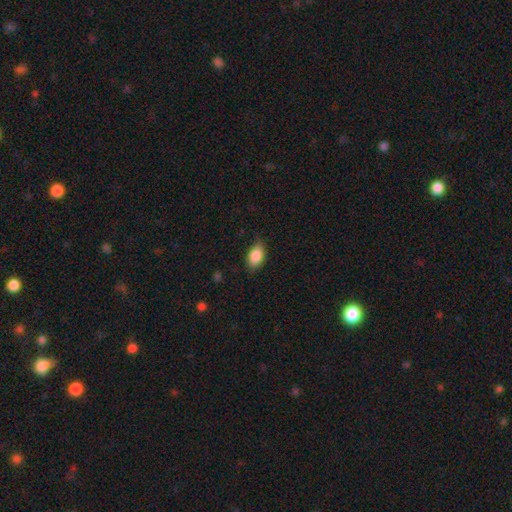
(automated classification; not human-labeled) The model was most divided on "merging": none: 77%, minor disturbance: 18%, major disturbance: 3%, merger: 1%. More confident: how rounded — in between (89%); smooth or featured — smooth (86%).